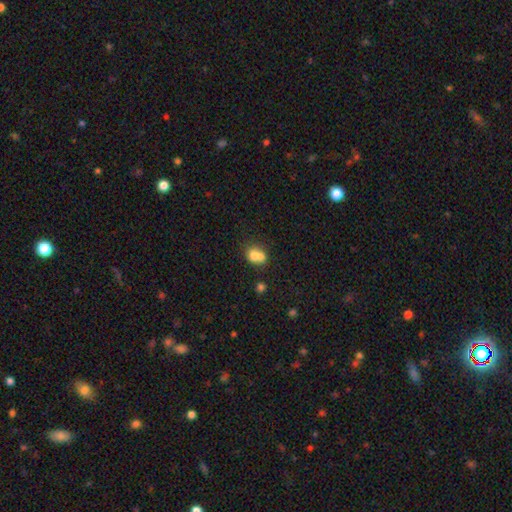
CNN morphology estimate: smooth-or-featured: smooth: 72% | featured or disk: 17% | star or artifact: 11%
  how-rounded: round: 62% | in between: 37% | cigar-shaped: 1%
  merging: merger: 60% | none: 28% | minor disturbance: 9% | major disturbance: 4%